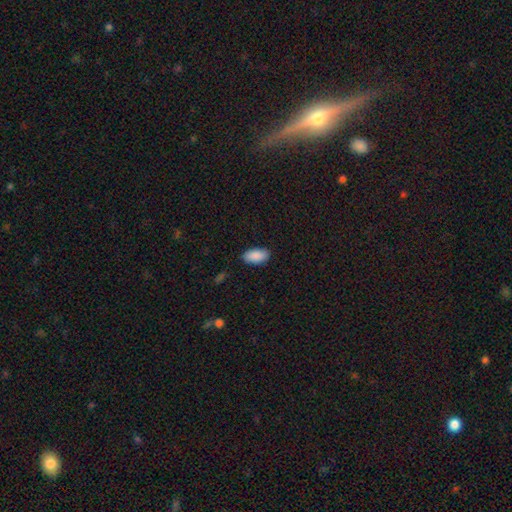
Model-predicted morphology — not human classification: This is clearly a smooth galaxy (90%). How rounded: clearly in between (94%). Merging: clearly none (87%).